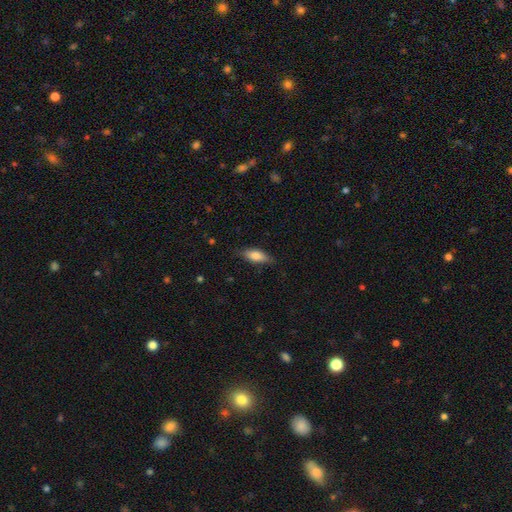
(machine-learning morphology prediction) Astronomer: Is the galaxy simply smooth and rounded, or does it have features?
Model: smooth — 78%.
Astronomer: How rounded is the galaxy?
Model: in between — 72%.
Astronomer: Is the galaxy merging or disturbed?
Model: none — 79%.